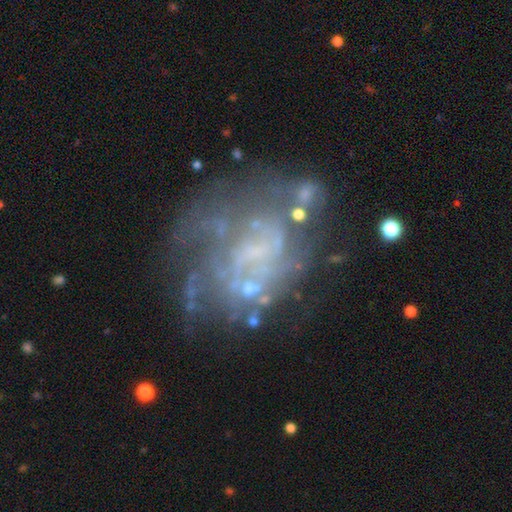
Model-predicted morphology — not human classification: Overall: featured or disk (75%). Edge-on disk: no (98%). Bar: no (68%). Spiral arms: yes (67%; no 33%). Bulge size: none (57%; small 31%). Merging: none (48%; major disturbance 26%).